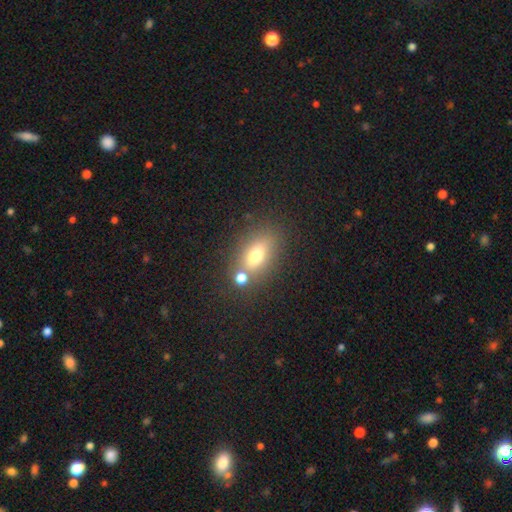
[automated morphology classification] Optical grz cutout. It shows a smooth galaxy with no disk features (68%) that is in between round and cigar-shaped (76%). Merging: none (64%).